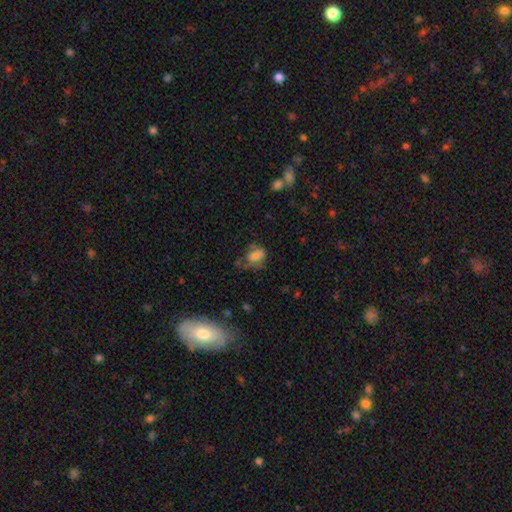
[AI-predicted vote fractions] Smooth or featured? Predicted: smooth (p=0.70). How rounded? Predicted: in between (p=0.71). Merging? Predicted: none (p=0.41).